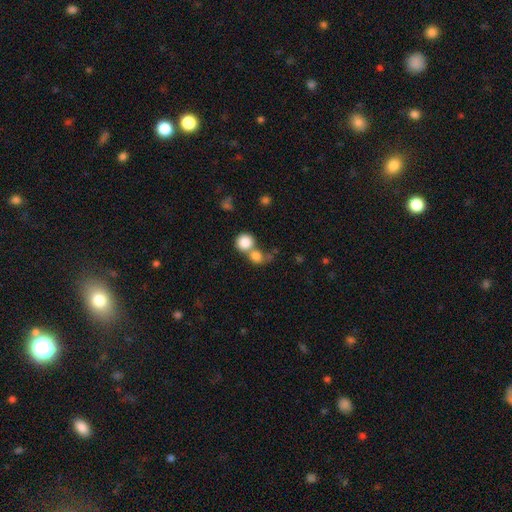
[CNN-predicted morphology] A smooth galaxy with no disk features (81%) that is round (81%). Merging: merger (52%).